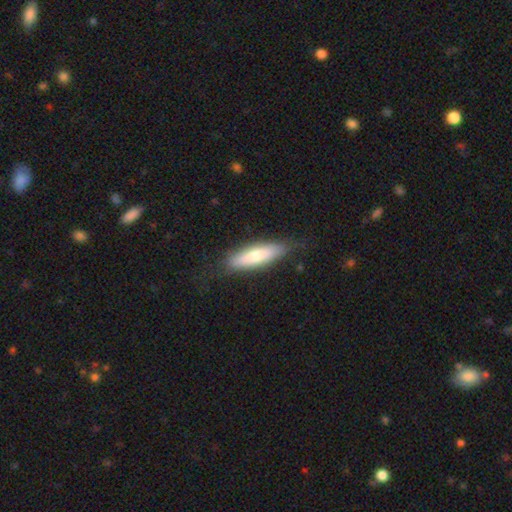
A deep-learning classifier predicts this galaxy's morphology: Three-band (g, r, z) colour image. It shows a smooth galaxy with no disk features (65%) that is cigar-shaped (62%). Merging: none (77%).